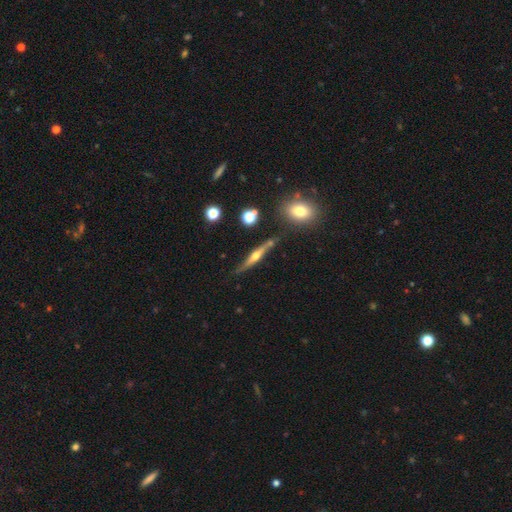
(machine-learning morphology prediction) A featured or disk galaxy (72%) viewed edge-on (95%) with a rounded central bulge (91%).

Vote fractions:
- Smooth or featured? featured or disk: 72% / smooth: 20% / star or artifact: 8%
- Edge-on disk? yes: 95% / no: 5%
- Edge-on bulge? rounded: 91% / boxy: 5% / none: 5%
- Merging? none: 75% / minor disturbance: 15% / merger: 7% / major disturbance: 4%